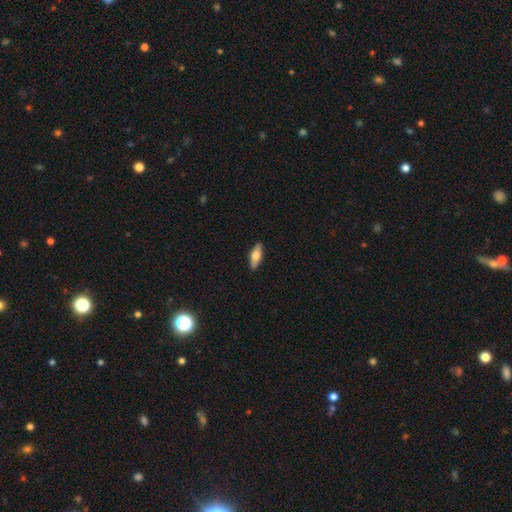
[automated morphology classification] Smooth or featured? smooth (60%)
How rounded? in between (58%)
Merging? none (90%)